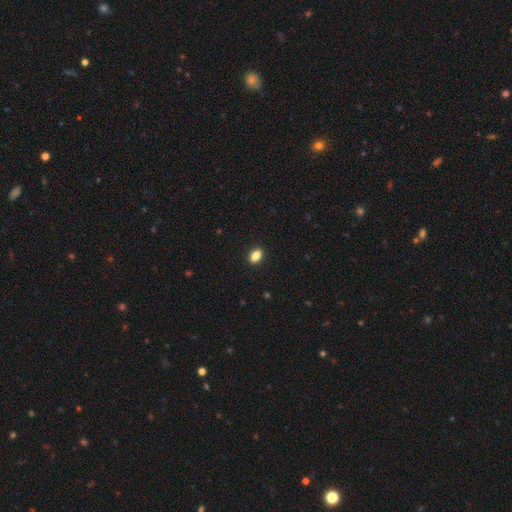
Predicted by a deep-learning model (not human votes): Smooth or featured: smooth — 85% (star or artifact — 9%)
How rounded: in between — 83% (round — 15%)
Merging: none — 90% (minor disturbance — 7%)